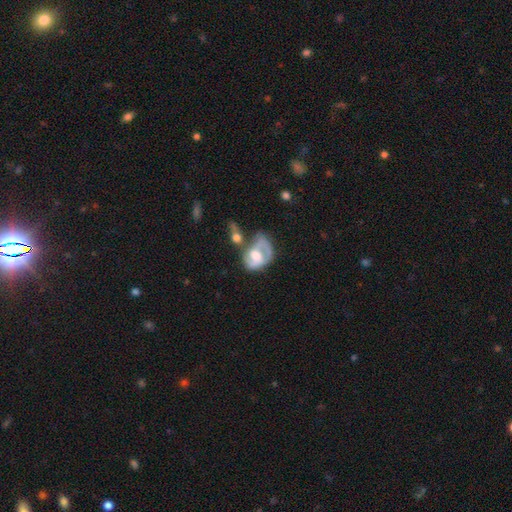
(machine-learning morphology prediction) featured or disk 65%, smooth 29%, star or artifact 6%. Down the decision tree: edge-on disk — no (96%); bar — no (54%); spiral arms — yes (68%); bulge size — moderate (69%); merging — merger (32%).